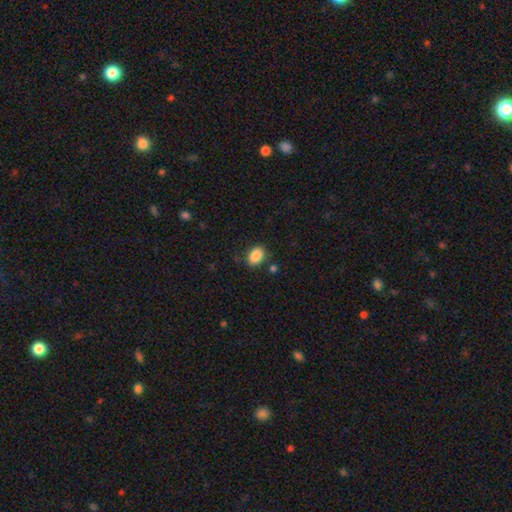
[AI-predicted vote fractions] smooth-or-featured: smooth: 88% | star or artifact: 8% | featured or disk: 4%
  how-rounded: in between: 78% | round: 21% | cigar-shaped: 1%
  merging: none: 83% | minor disturbance: 10% | merger: 4% | major disturbance: 3%